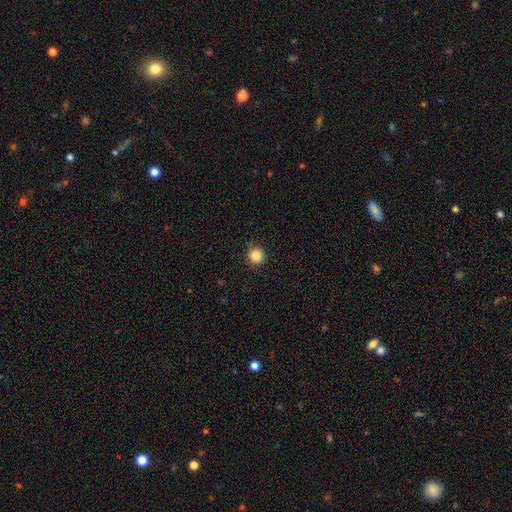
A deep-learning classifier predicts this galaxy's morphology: Smooth or featured?
  - smooth: 85% *
  - star or artifact: 11%
  - featured or disk: 4%
How rounded?
  - round: 94% *
  - in between: 5%
  - cigar-shaped: 1%
Merging?
  - none: 90% *
  - minor disturbance: 7%
  - major disturbance: 2%
  - merger: 1%